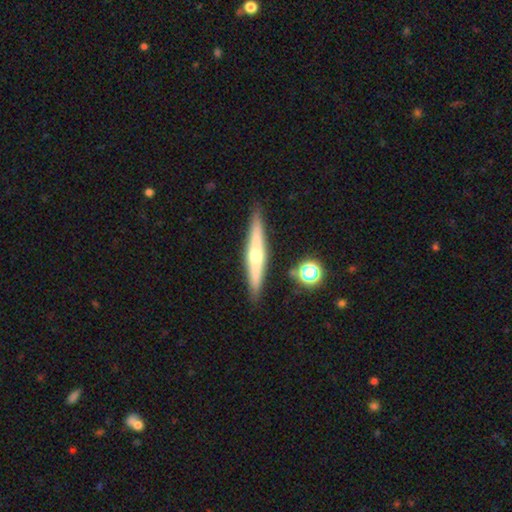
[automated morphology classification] smooth-or-featured: featured or disk: 64% | smooth: 30% | star or artifact: 6%
  disk-edge-on: yes: 96% | no: 4%
    edge-on-bulge: rounded: 85% | none: 12% | boxy: 3%
  merging: none: 89% | minor disturbance: 7% | merger: 2% | major disturbance: 1%